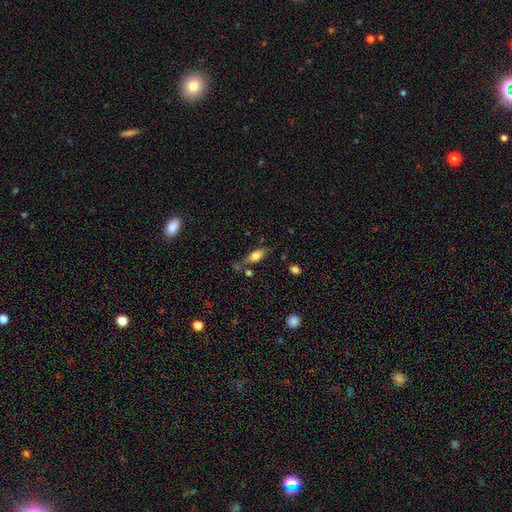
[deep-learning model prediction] smooth_or_featured: smooth (p=0.66) [alt: featured or disk p=0.26]
how_rounded: in between (p=0.75) [alt: cigar-shaped p=0.20]
merging: none (p=0.60) [alt: minor disturbance p=0.22]